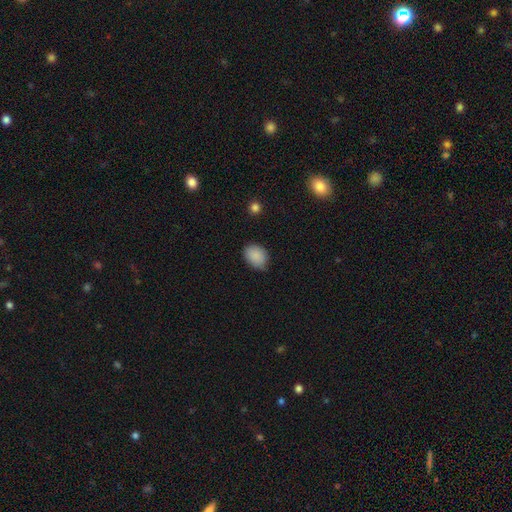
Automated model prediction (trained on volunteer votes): This appears to be a smooth galaxy with no disk features (88%) that is in between round and cigar-shaped (68%). Merging: none (73%).